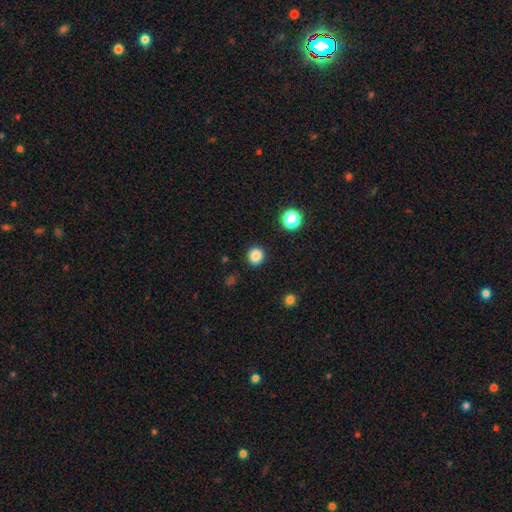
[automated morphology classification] Smooth or featured: smooth — 85% (star or artifact — 12%)
How rounded: round — 90% (in between — 9%)
Merging: none — 91% (minor disturbance — 6%)